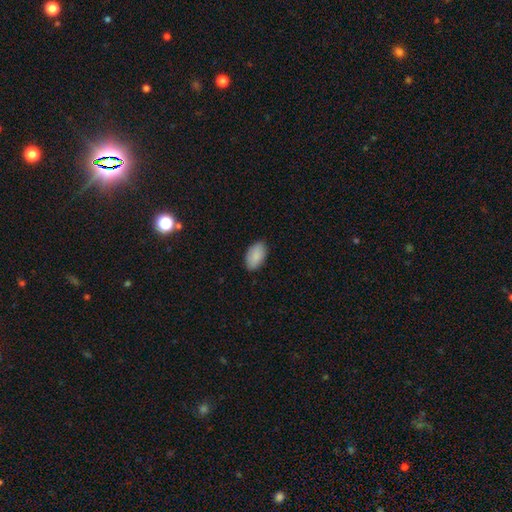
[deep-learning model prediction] This is clearly a smooth galaxy (89%). How rounded: clearly in between (94%). Merging: clearly none (86%).